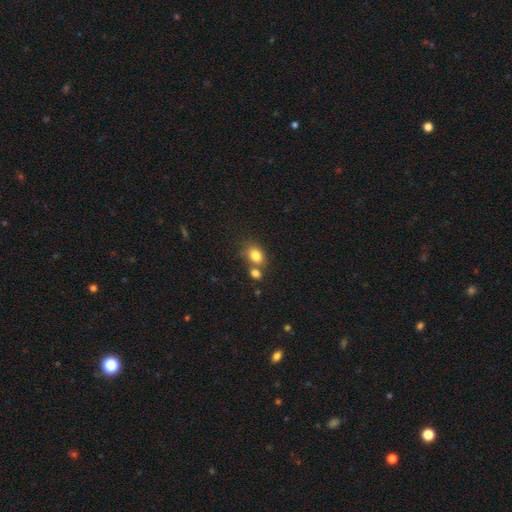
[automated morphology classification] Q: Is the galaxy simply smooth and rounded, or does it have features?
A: smooth — 81%.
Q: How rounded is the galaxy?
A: in between — 67%.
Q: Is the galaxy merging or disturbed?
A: none — 50%.